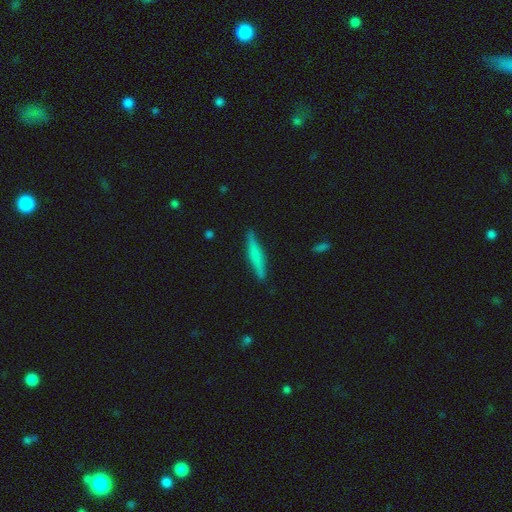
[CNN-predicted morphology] This appears to be a smooth galaxy with no disk features (66%) that is cigar-shaped (92%). Merging: none (87%).